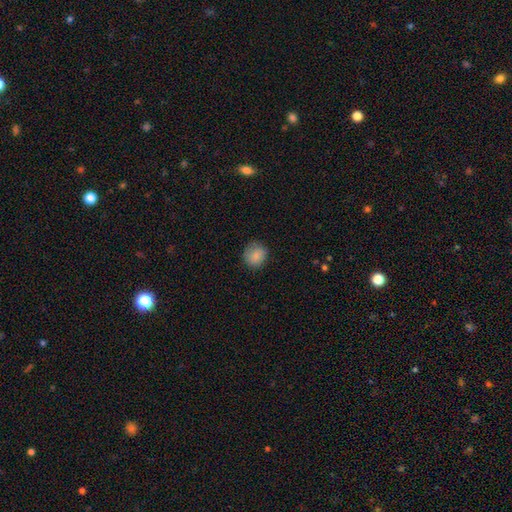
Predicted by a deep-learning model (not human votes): A smooth galaxy with no disk features (85%) that is round (82%). Merging: none (84%).